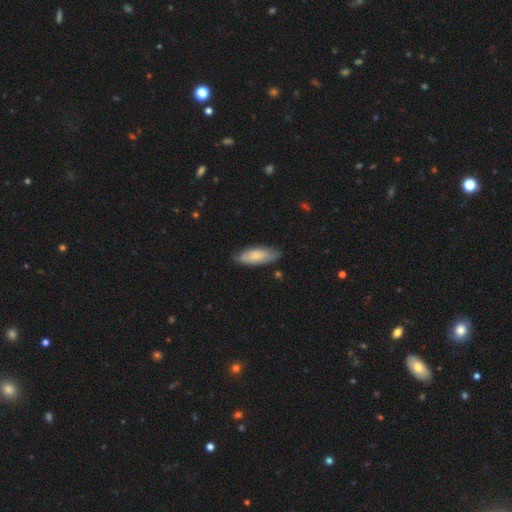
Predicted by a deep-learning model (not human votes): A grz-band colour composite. It shows a smooth galaxy with no disk features (70%) that is in between round and cigar-shaped (72%). Merging: none (73%).